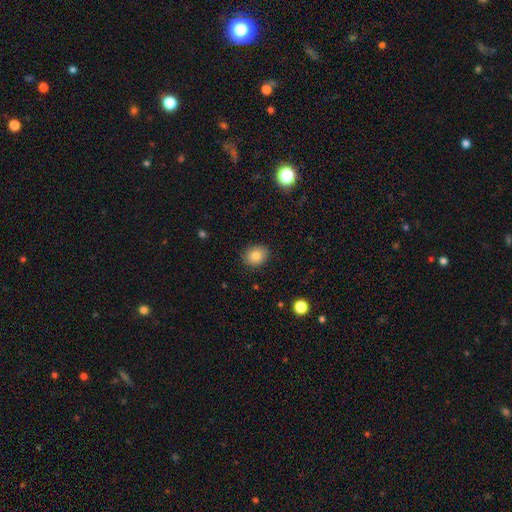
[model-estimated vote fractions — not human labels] Overall: smooth (83%). How rounded: round (56%; in between 44%). Merging: none (86%).